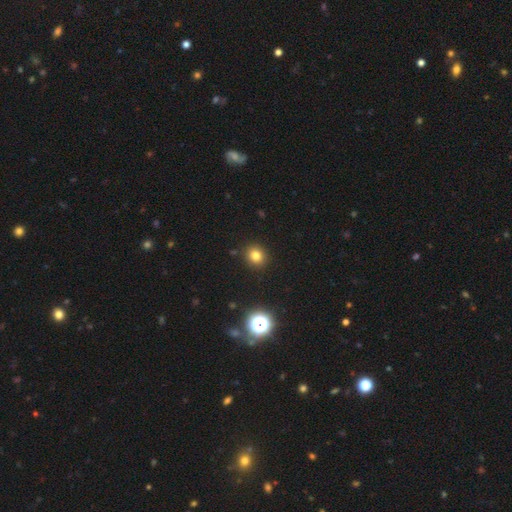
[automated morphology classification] Overall: smooth (79%). How rounded: round (84%). Merging: none (91%).